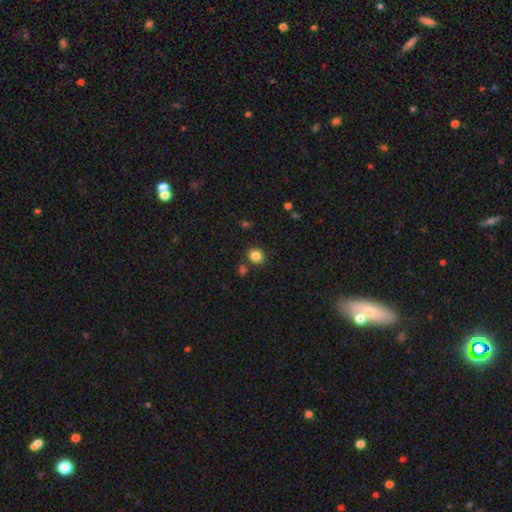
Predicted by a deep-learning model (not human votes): Overall: smooth (84%). How rounded: round (78%). Merging: none (80%).